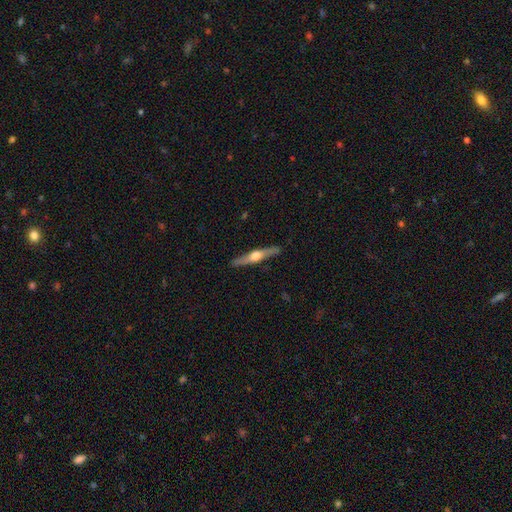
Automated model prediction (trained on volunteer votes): This is likely a featured or disk galaxy (71%). It is clearly viewed edge-on (97%). Edge-on bulge: clearly rounded (93%). Merging: clearly none (90%).